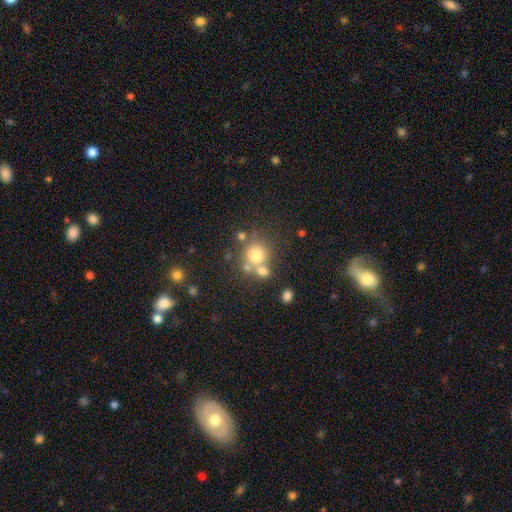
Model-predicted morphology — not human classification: smooth 71%, featured or disk 15%, star or artifact 14%. Down the decision tree: how rounded — round (83%); merging — none (52%).